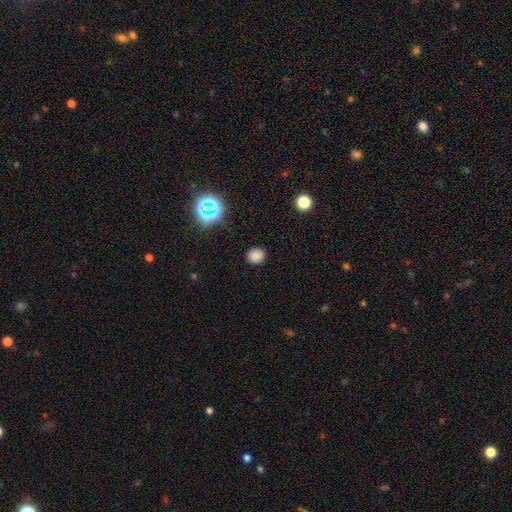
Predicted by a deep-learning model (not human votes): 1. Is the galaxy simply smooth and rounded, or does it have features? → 77% smooth, 18% star or artifact, 5% featured or disk.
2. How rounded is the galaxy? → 76% round, 23% in between, 1% cigar-shaped.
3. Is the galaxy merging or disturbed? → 86% none, 10% minor disturbance, 3% major disturbance, 1% merger.